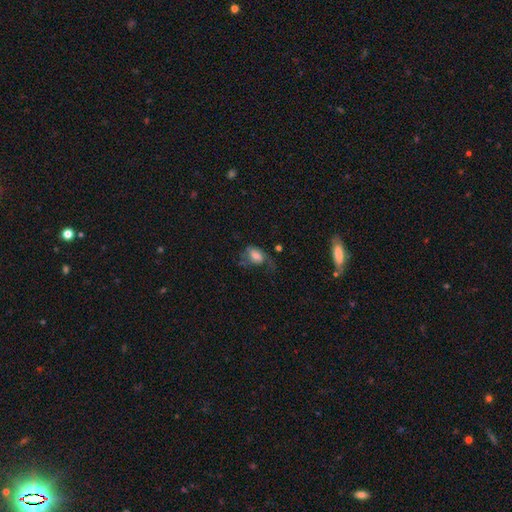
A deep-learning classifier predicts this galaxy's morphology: This appears to be a smooth galaxy with no disk features (54%) that is in between round and cigar-shaped (80%). Merging: major disturbance (48%).